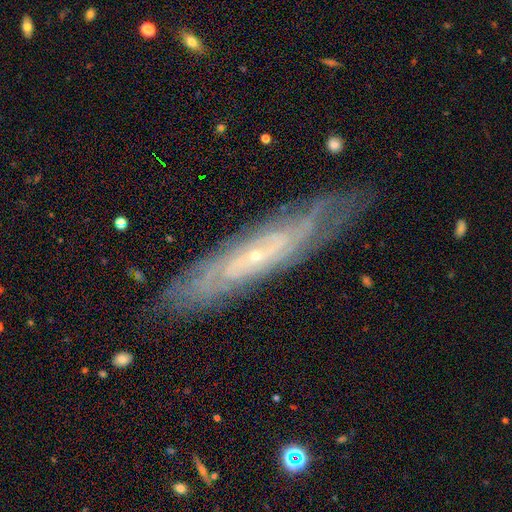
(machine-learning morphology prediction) Q: Smooth or featured?
A: featured or disk (79%); runner-up: smooth (14%)
Q: Edge-on disk?
A: no (61%); runner-up: yes (39%)
Q: Merging?
A: none (82%); runner-up: minor disturbance (14%)